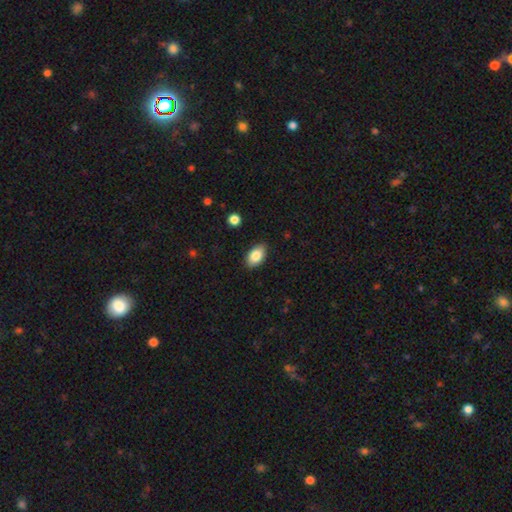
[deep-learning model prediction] Morphology: type=smooth (85%); roundness=in between (91%); merging=none (87%).